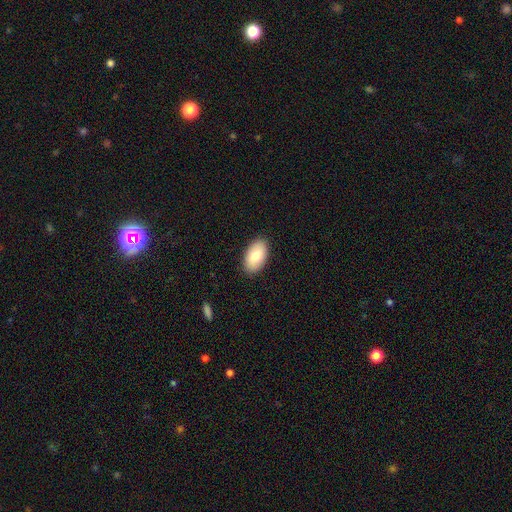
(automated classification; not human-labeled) smooth-or-featured: smooth: 80% | featured or disk: 14% | star or artifact: 6%
  how-rounded: in between: 94% | round: 4% | cigar-shaped: 1%
  merging: none: 89% | minor disturbance: 8% | major disturbance: 2% | merger: 1%